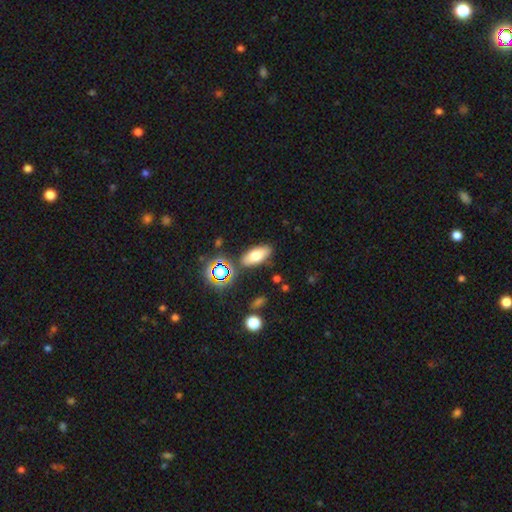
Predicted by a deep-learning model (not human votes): Morphology: type=smooth (67%); roundness=in between (78%); merging=none (81%).